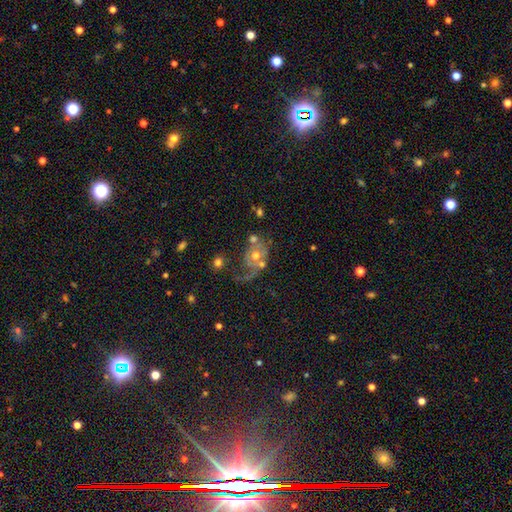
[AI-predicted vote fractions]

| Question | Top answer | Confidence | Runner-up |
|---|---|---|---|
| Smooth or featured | featured or disk | 60% | smooth (29%) |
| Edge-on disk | no | 97% | yes (3%) |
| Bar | no | 83% | weak (13%) |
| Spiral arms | yes | 63% | no (37%) |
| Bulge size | moderate | 64% | small (24%) |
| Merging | major disturbance | 35% | none (30%) |